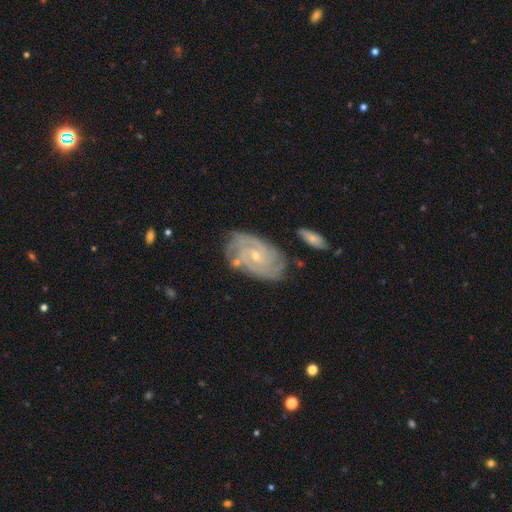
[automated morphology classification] smooth_or_featured: featured or disk (p=0.86) [alt: smooth p=0.08]
disk_edge_on: no (p=0.96) [alt: yes p=0.04]
bar: no (p=0.60) [alt: weak p=0.33]
has_spiral_arms: yes (p=0.97) [alt: no p=0.03]
spiral_winding: tight (p=0.70) [alt: medium p=0.25]
spiral_arm_count: 2 (p=0.31) [alt: can't tell p=0.23]
bulge_size: small (p=0.72) [alt: moderate p=0.25]
merging: none (p=0.74) [alt: minor disturbance p=0.17]